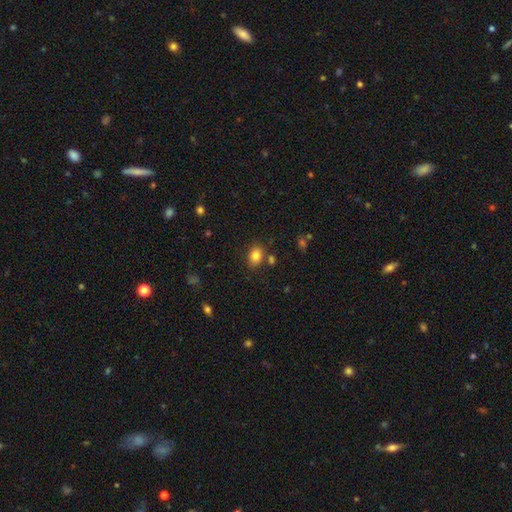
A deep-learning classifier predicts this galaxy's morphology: The model was most divided on "how rounded": in between: 68%, round: 31%, cigar-shaped: 1%. More confident: smooth or featured — smooth (83%); merging — none (77%).